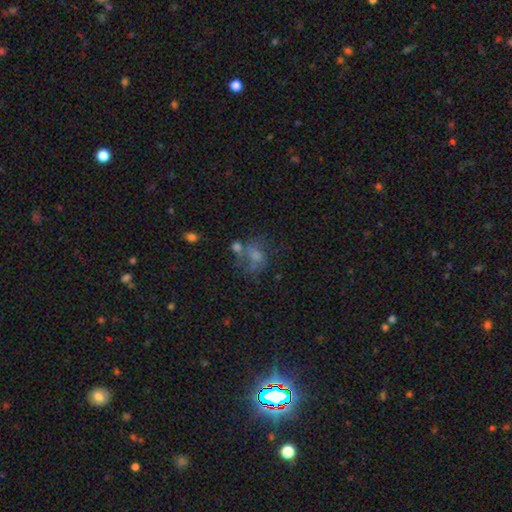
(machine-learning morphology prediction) Smooth or featured? Predicted: smooth (p=0.47). Merging? Predicted: none (p=0.31).